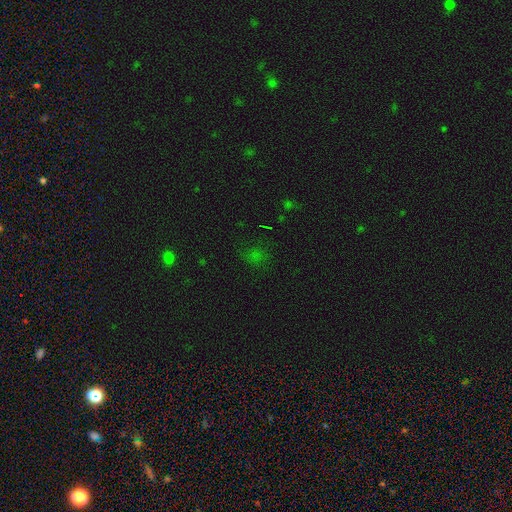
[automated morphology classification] smooth-or-featured: smooth: 51% | star or artifact: 42% | featured or disk: 7%
  how-rounded: round: 71% | in between: 27% | cigar-shaped: 2%
  merging: none: 74% | minor disturbance: 15% | major disturbance: 8% | merger: 3%